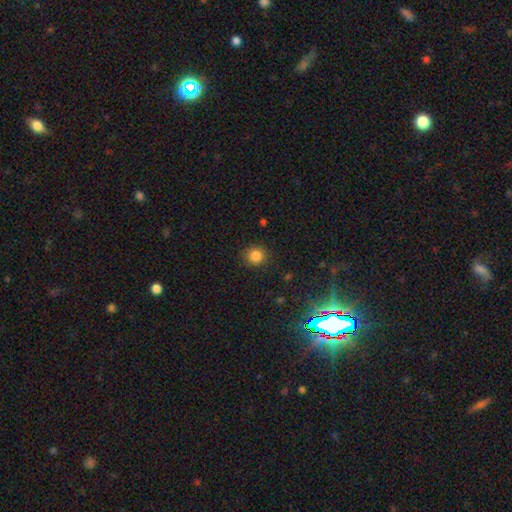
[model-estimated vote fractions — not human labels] A smooth galaxy with no disk features (82%) that is round (92%). Merging: none (90%).